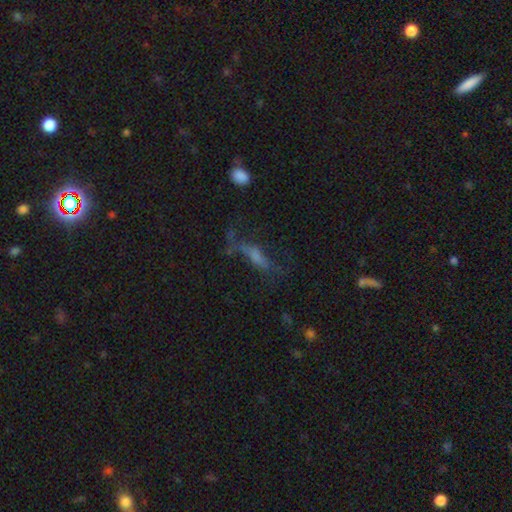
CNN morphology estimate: smooth-or-featured: smooth: 40% | featured or disk: 38% | star or artifact: 22%
  merging: none: 43% | major disturbance: 31% | minor disturbance: 20% | merger: 7%